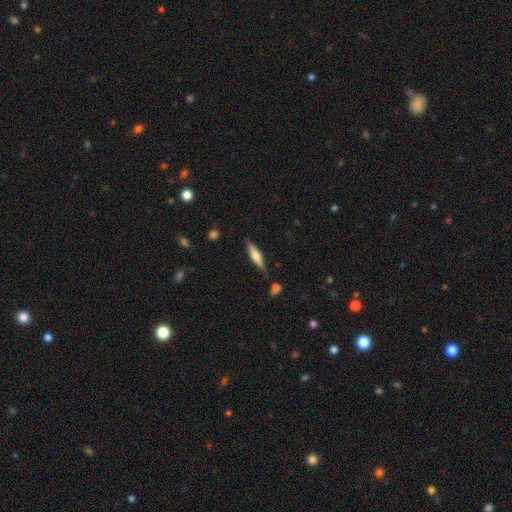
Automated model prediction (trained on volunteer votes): A featured or disk galaxy (53%) viewed edge-on (95%) with a rounded central bulge (78%). Merging: none (82%).